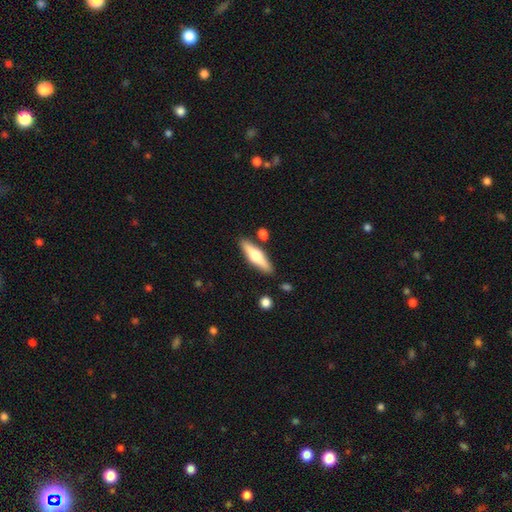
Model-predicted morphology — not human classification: This appears to be a featured or disk galaxy (50%). Merging: none (83%).